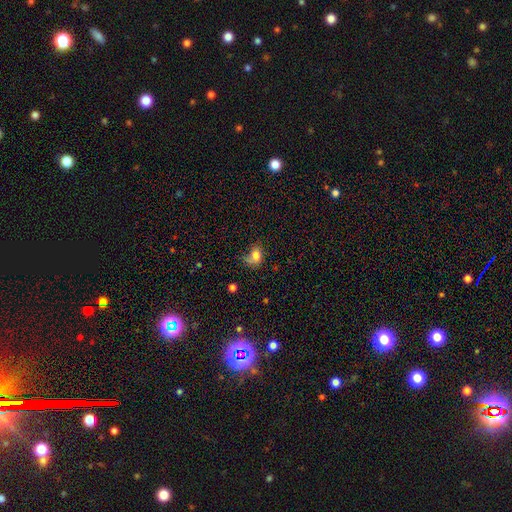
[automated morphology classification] type=smooth (77%); roundness=in between (57%); merging=none (45%).